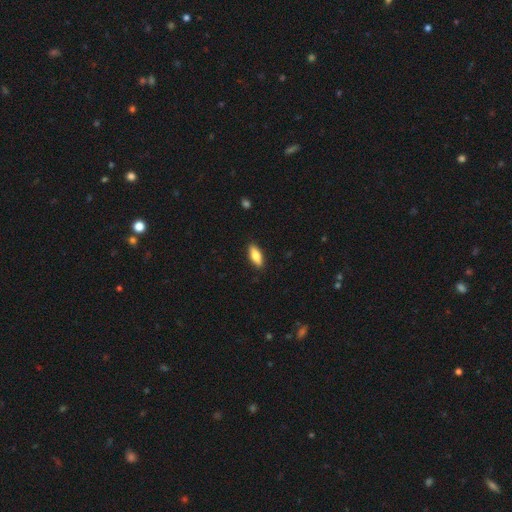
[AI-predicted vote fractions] Smooth or featured? smooth (79%)
How rounded? in between (75%)
Merging? none (89%)